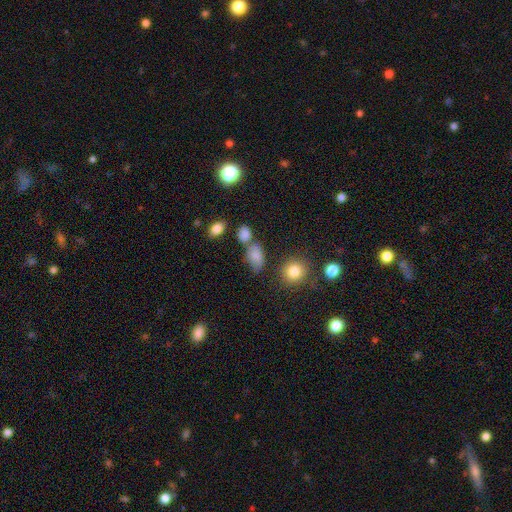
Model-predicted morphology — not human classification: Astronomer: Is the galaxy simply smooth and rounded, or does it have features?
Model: smooth — 77%.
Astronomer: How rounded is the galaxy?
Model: in between — 82%.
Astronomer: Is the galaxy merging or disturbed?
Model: none — 55%.